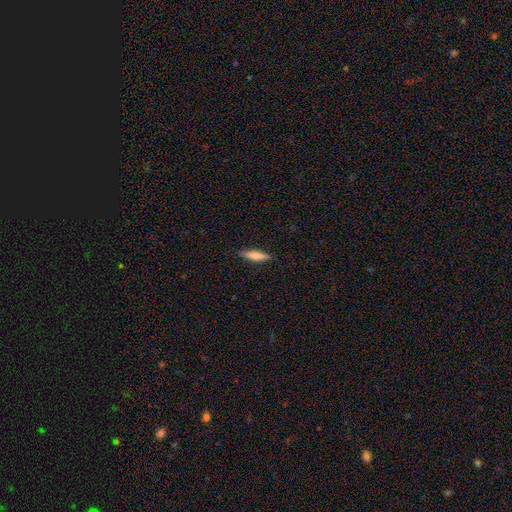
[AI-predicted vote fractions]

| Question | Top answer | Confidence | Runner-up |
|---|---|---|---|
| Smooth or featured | smooth | 70% | featured or disk (24%) |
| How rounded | cigar-shaped | 79% | in between (19%) |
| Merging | none | 88% | minor disturbance (9%) |